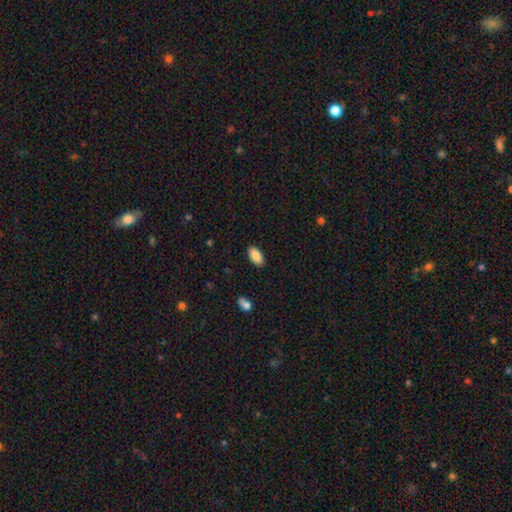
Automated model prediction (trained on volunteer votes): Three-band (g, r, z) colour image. It shows a smooth galaxy with no disk features (89%) that is in between round and cigar-shaped (94%). Merging: none (90%).